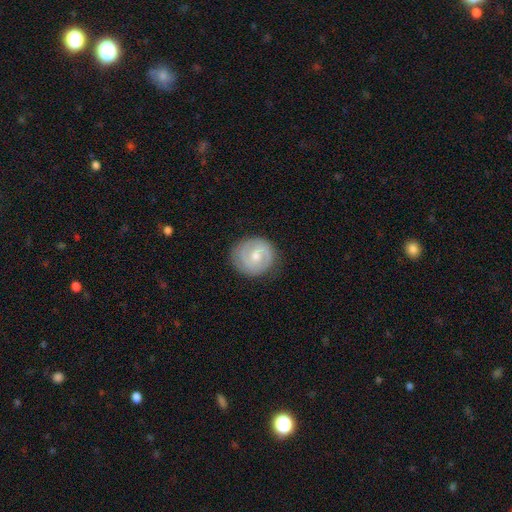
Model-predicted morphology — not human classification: type=featured or disk (74%); edge-on=no (98%); bar=weak (51%); spiral arms=yes (92%); winding=tight (56%); arm count=2 (74%); bulge=moderate (53%); merging=none (84%).